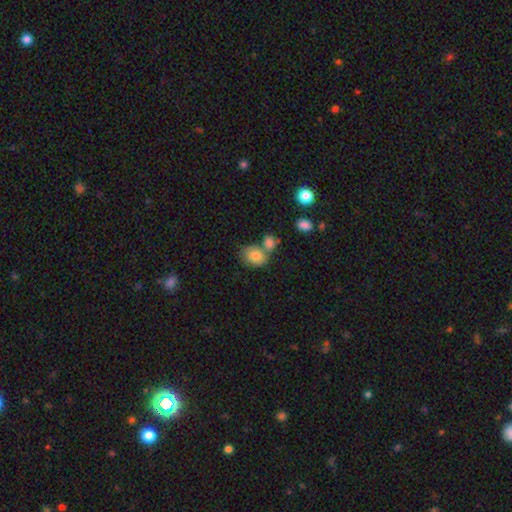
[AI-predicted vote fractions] Overall: smooth (81%). How rounded: in between (54%; round 45%). Merging: none (44%; merger 38%).